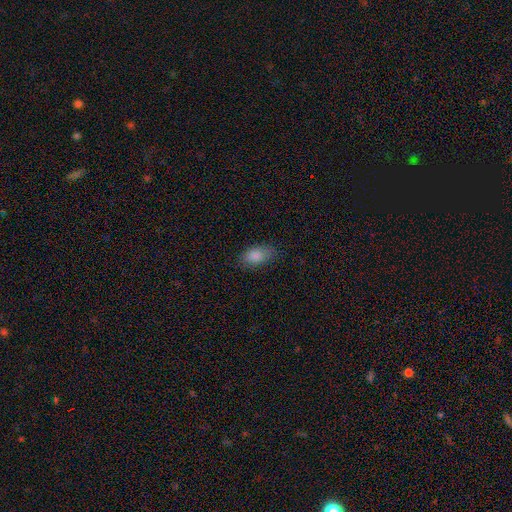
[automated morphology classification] This is clearly a smooth galaxy (86%). How rounded: clearly in between (92%). Merging: clearly none (80%).